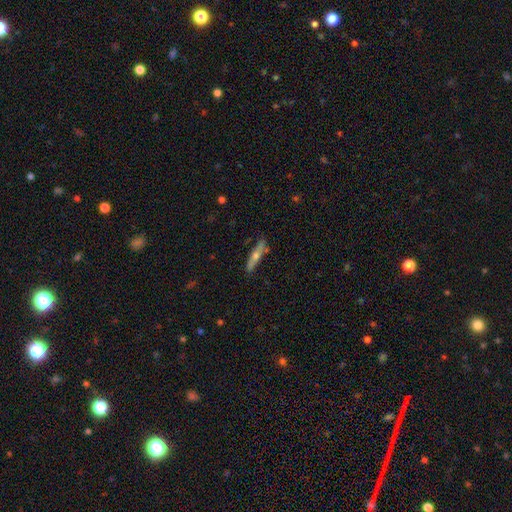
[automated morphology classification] A featured or disk galaxy (59%) viewed edge-on (89%) with a rounded central bulge (87%). Merging: none (84%).